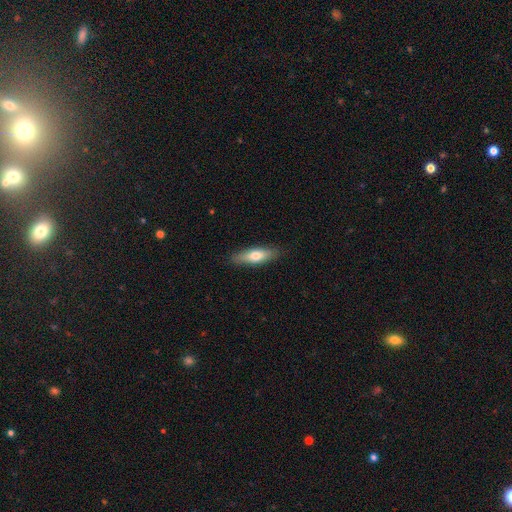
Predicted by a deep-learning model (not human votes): This appears to be a smooth galaxy with no disk features (68%) that is cigar-shaped (51%). Merging: none (87%).